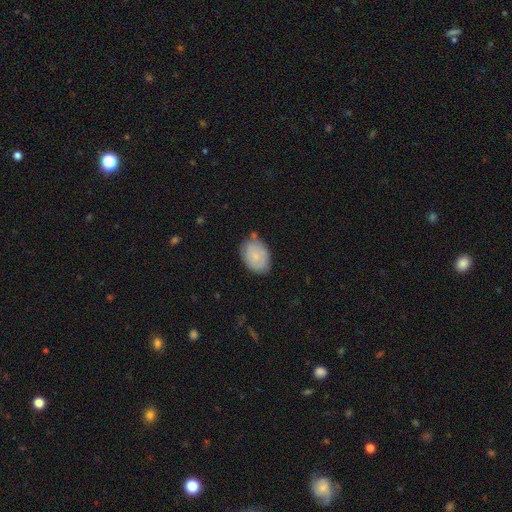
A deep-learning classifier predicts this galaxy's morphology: Q: Smooth or featured?
A: smooth (73%); runner-up: featured or disk (20%)
Q: How rounded?
A: in between (79%); runner-up: round (20%)
Q: Merging?
A: none (73%); runner-up: minor disturbance (20%)